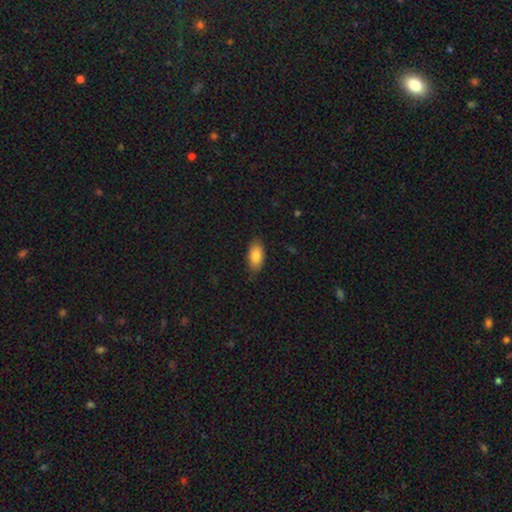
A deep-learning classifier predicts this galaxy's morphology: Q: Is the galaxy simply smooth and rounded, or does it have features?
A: smooth — 84%.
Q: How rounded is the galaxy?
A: in between — 92%.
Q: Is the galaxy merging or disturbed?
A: none — 82%.